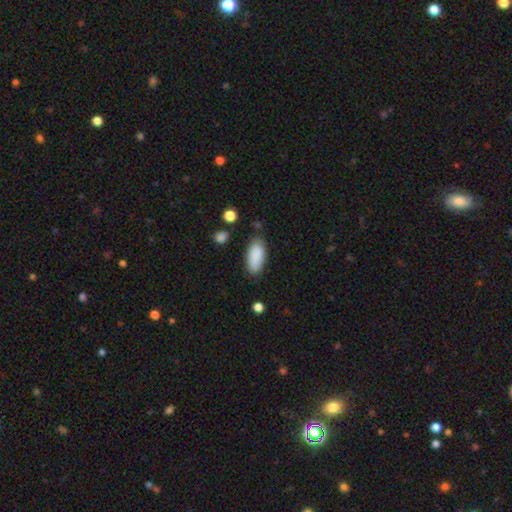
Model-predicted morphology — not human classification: Smooth or featured?
  - smooth: 88% *
  - star or artifact: 7%
  - featured or disk: 5%
How rounded?
  - in between: 88% *
  - cigar-shaped: 10%
  - round: 2%
Merging?
  - none: 78% *
  - minor disturbance: 15%
  - major disturbance: 4%
  - merger: 3%